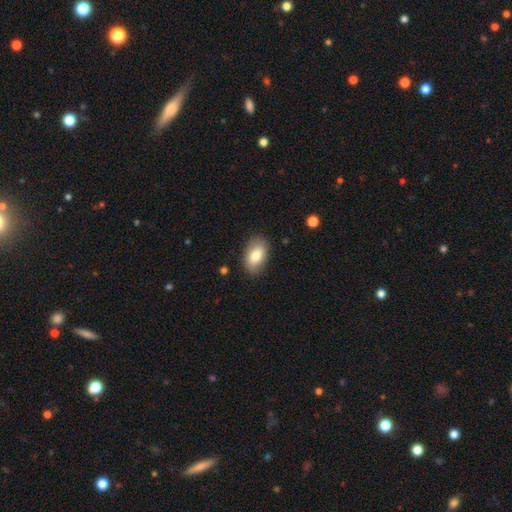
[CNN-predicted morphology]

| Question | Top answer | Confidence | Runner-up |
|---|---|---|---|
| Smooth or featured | smooth | 78% | featured or disk (15%) |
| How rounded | in between | 92% | round (6%) |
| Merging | none | 83% | minor disturbance (13%) |